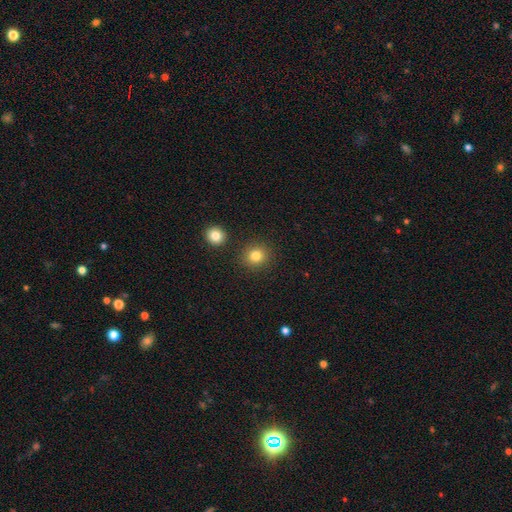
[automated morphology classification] smooth 83%, star or artifact 11%, featured or disk 5%. Down the decision tree: how rounded — round (89%); merging — none (88%).